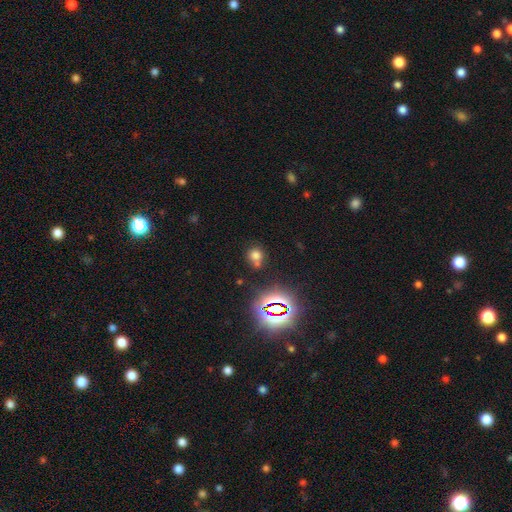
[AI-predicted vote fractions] smooth 64%, star or artifact 27%, featured or disk 9%. Down the decision tree: how rounded — round (82%); merging — none (59%).